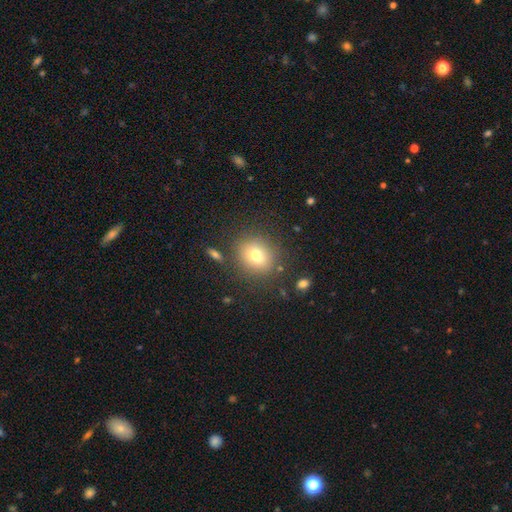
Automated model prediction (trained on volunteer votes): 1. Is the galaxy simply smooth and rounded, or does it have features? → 74% smooth, 14% featured or disk, 13% star or artifact.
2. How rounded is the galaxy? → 69% round, 30% in between, 1% cigar-shaped.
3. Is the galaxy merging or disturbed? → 81% none, 10% minor disturbance, 4% merger, 4% major disturbance.